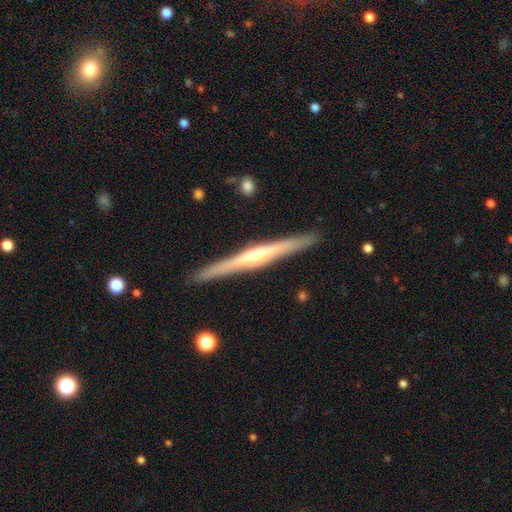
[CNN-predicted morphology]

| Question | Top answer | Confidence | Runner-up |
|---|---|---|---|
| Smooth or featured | featured or disk | 79% | smooth (16%) |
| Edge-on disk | yes | 98% | no (2%) |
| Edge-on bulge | rounded | 85% | none (10%) |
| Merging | none | 92% | minor disturbance (6%) |